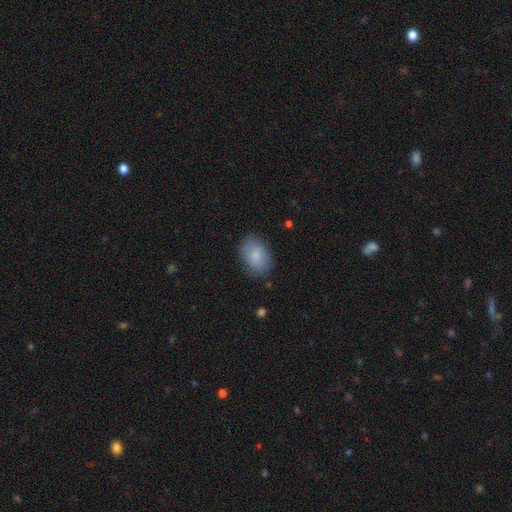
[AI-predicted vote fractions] Smooth or featured: smooth — 83% (featured or disk — 11%)
How rounded: in between — 84% (round — 15%)
Merging: none — 81% (minor disturbance — 15%)